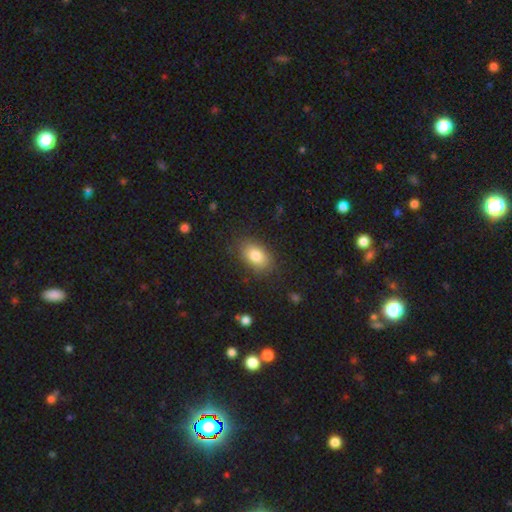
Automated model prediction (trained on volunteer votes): smooth 78%, featured or disk 14%, star or artifact 8%. Down the decision tree: how rounded — in between (87%); merging — none (79%).